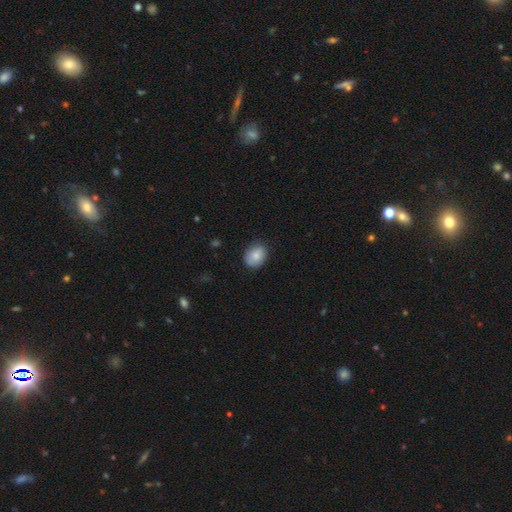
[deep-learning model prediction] smooth_or_featured: smooth (p=0.83) [alt: featured or disk p=0.10]
how_rounded: in between (p=0.64) [alt: round p=0.35]
merging: none (p=0.80) [alt: minor disturbance p=0.16]